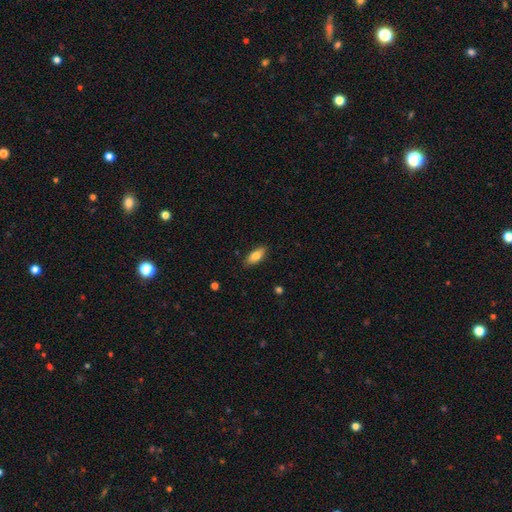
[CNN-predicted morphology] Overall: smooth (80%). How rounded: in between (82%). Merging: none (87%).